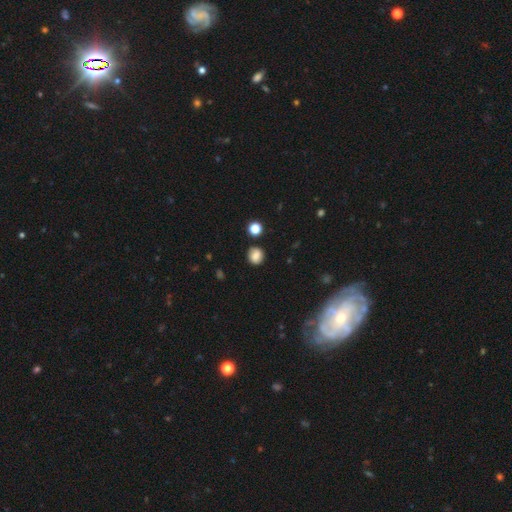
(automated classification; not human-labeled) smooth-or-featured: smooth: 79% | star or artifact: 11% | featured or disk: 9%
  how-rounded: round: 78% | in between: 21% | cigar-shaped: 1%
  merging: none: 81% | minor disturbance: 12% | merger: 4% | major disturbance: 3%